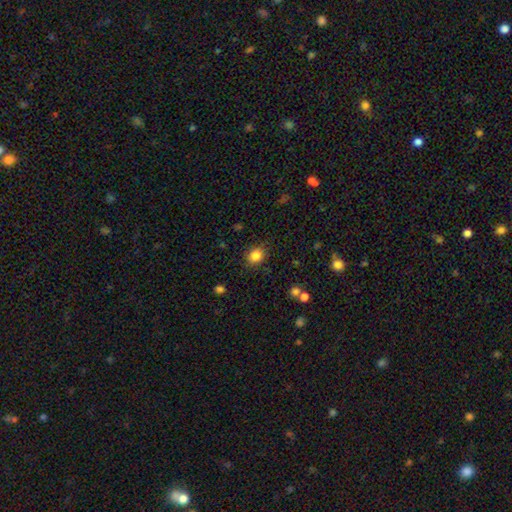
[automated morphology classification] Smooth or featured?
  - smooth: 84% *
  - star or artifact: 11%
  - featured or disk: 5%
How rounded?
  - round: 66% *
  - in between: 33%
  - cigar-shaped: 1%
Merging?
  - none: 86% *
  - minor disturbance: 10%
  - major disturbance: 3%
  - merger: 1%